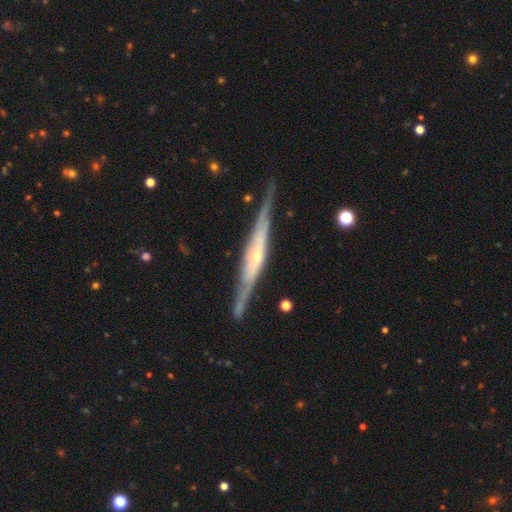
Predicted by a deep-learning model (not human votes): The model was most divided on "edge-on bulge": rounded: 56%, none: 23%, boxy: 21%. More confident: edge-on disk — yes (93%); smooth or featured — featured or disk (82%); merging — none (79%).